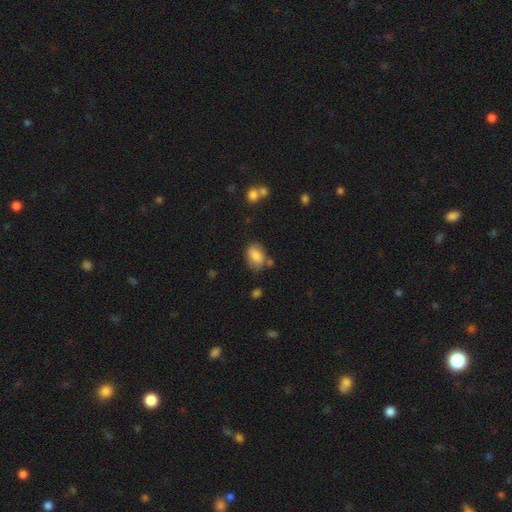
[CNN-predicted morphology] Smooth or featured: smooth — 81% (featured or disk — 11%)
How rounded: in between — 85% (round — 13%)
Merging: none — 67% (minor disturbance — 20%)